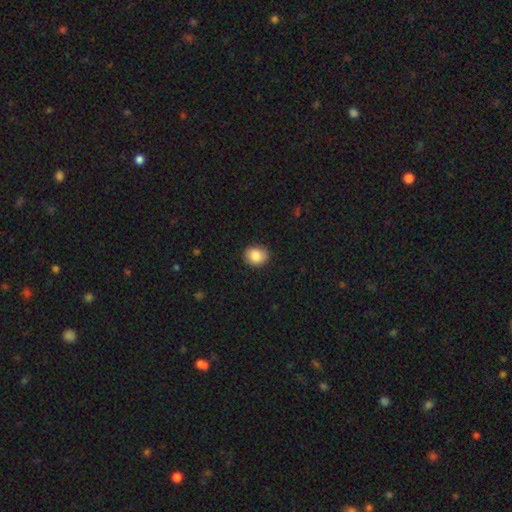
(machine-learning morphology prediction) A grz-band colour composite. It shows a smooth galaxy with no disk features (86%) that is round (62%). Merging: none (86%).